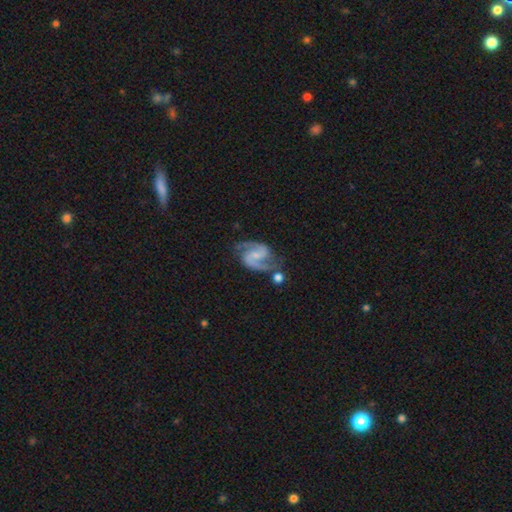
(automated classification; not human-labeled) Morphology: type=featured or disk (91%); edge-on=no (98%); bar=weak (48%); spiral arms=yes (98%); winding=medium (62%); arm count=2 (93%); bulge=small (53%); merging=none (67%).